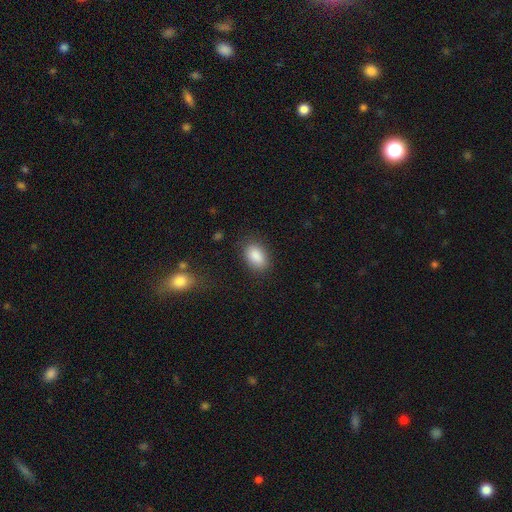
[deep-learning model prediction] Smooth or featured: smooth — 88% (star or artifact — 8%)
How rounded: in between — 89% (round — 9%)
Merging: none — 82% (minor disturbance — 13%)